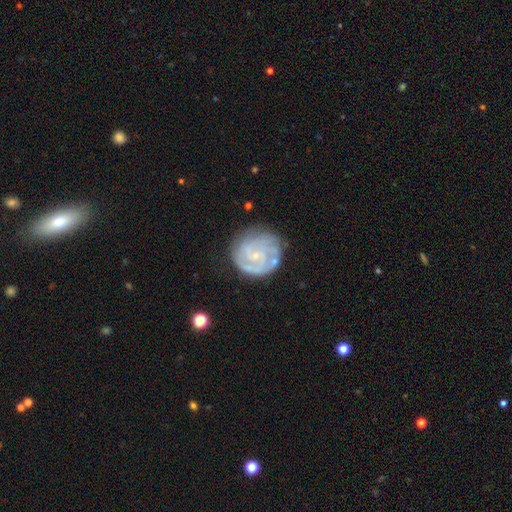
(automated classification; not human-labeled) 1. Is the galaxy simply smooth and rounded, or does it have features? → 80% featured or disk, 14% smooth, 6% star or artifact.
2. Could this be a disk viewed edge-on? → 98% no, 2% yes.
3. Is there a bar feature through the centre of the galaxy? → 67% no, 28% weak, 5% strong.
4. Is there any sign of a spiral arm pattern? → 92% yes, 8% no.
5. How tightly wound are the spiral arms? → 65% tight, 28% medium, 7% loose.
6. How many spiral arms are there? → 30% can't tell, 26% 2, 25% 3, 9% 4, 6% 1, 5% more than 4.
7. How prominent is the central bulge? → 77% small, 12% moderate, 9% none, 1% large, 1% dominant.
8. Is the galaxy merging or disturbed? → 72% none, 18% minor disturbance, 7% major disturbance, 3% merger.